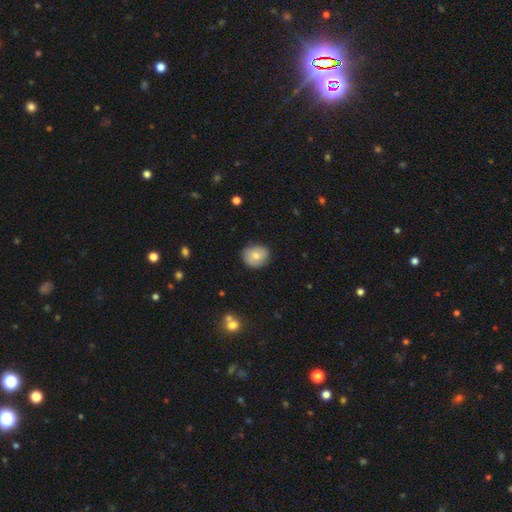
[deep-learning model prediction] A smooth galaxy with no disk features (74%) that is round (66%). Merging: none (84%).